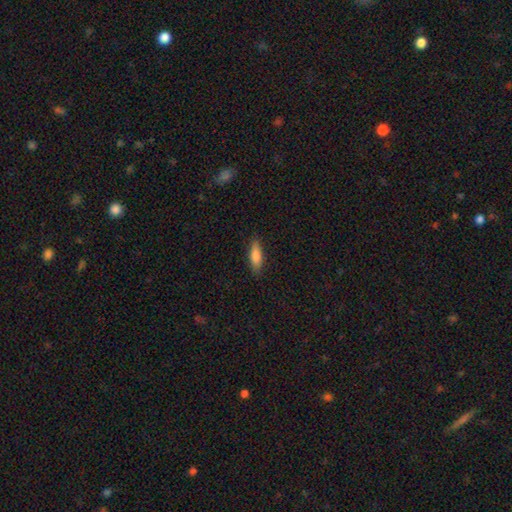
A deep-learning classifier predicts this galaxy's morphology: The model was most divided on "how rounded": in between: 53%, cigar-shaped: 44%, round: 2%. More confident: merging — none (85%); smooth or featured — smooth (81%).